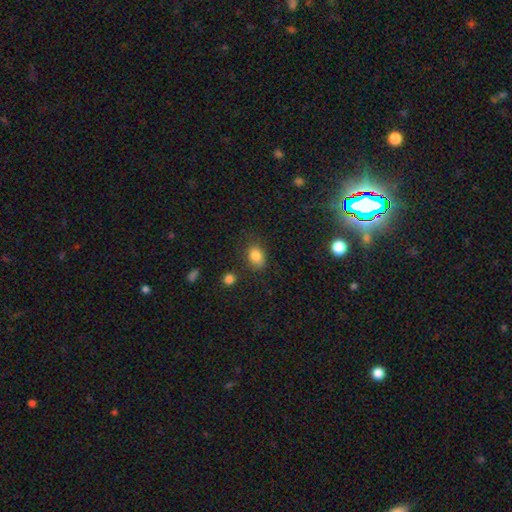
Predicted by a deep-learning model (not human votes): A smooth galaxy with no disk features (83%) that is in between round and cigar-shaped (68%).

Vote fractions:
- Smooth or featured? smooth: 83% / star or artifact: 11% / featured or disk: 6%
- How rounded? in between: 68% / round: 30% / cigar-shaped: 1%
- Merging? none: 70% / minor disturbance: 20% / major disturbance: 6% / merger: 4%